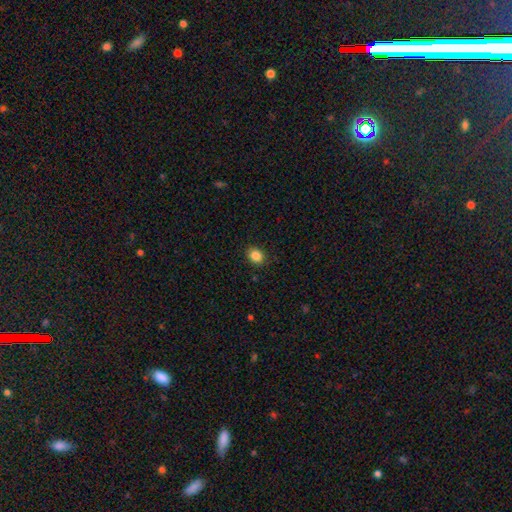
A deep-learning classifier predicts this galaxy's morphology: The model was most divided on "how rounded": round: 55%, in between: 44%, cigar-shaped: 1%. More confident: merging — none (88%); smooth or featured — smooth (86%).